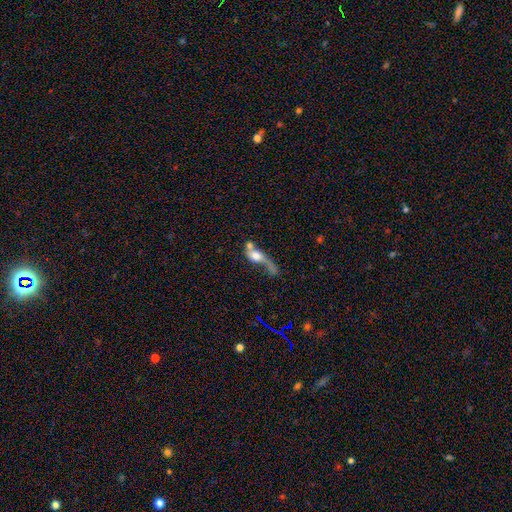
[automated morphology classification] A smooth galaxy with no disk features (48%). Merging: merger (41%).